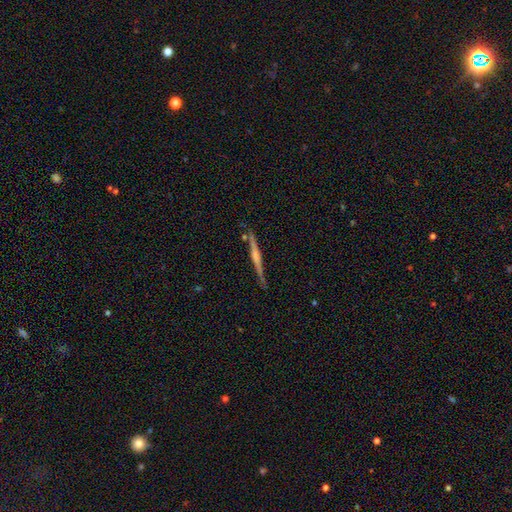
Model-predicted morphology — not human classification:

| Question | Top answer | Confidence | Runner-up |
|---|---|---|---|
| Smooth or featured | featured or disk | 71% | smooth (23%) |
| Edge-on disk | yes | 98% | no (2%) |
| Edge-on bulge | rounded | 53% | none (25%) |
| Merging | none | 85% | minor disturbance (10%) |